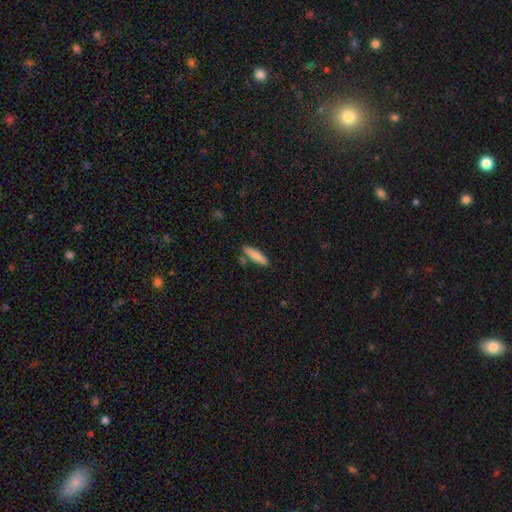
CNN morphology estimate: Smooth or featured? smooth (79%)
How rounded? cigar-shaped (72%)
Merging? none (75%)